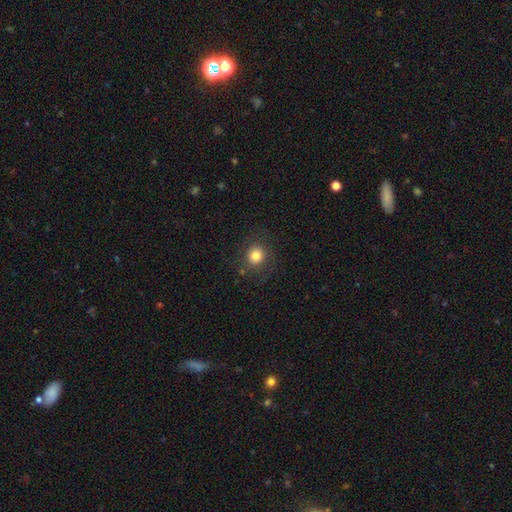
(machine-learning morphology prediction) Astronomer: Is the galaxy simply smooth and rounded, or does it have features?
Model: smooth — 80%.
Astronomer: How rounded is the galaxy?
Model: round — 89%.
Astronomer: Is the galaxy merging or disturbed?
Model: none — 85%.